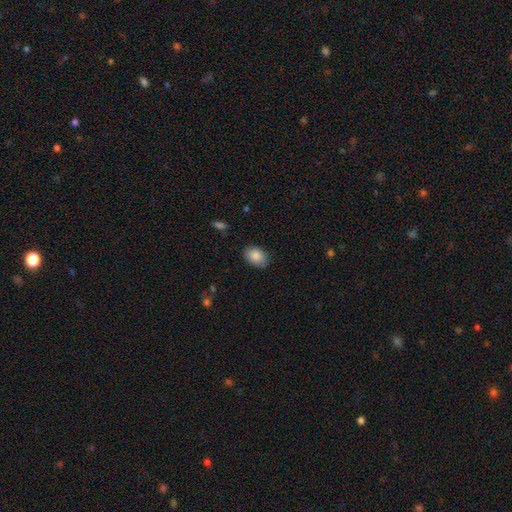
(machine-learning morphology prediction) A smooth galaxy with no disk features (87%) that is in between round and cigar-shaped (84%). Merging: none (83%).